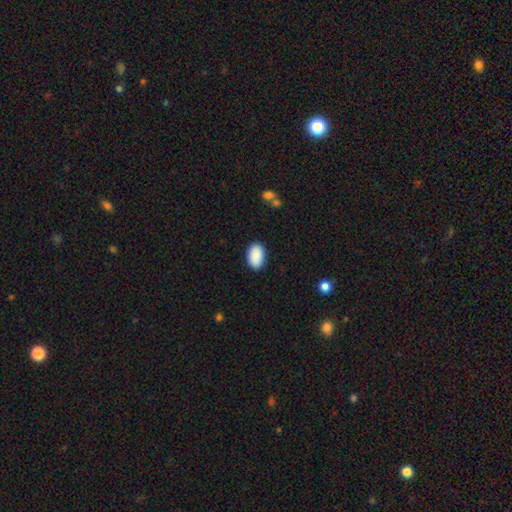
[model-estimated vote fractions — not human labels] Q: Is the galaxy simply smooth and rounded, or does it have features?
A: smooth — 91%.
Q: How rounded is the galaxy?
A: in between — 93%.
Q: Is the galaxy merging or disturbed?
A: none — 89%.